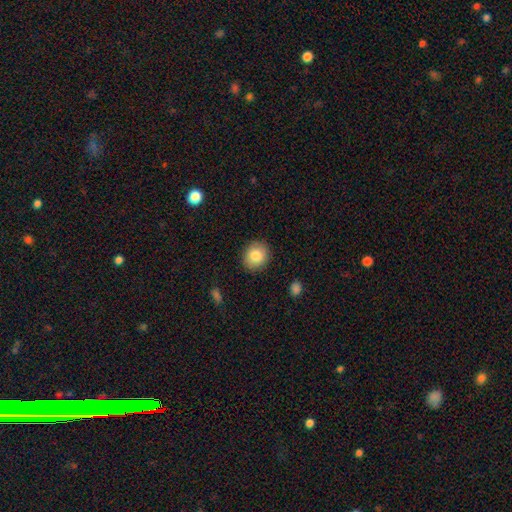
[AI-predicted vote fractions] Smooth or featured: smooth — 83% (featured or disk — 9%)
How rounded: round — 69% (in between — 30%)
Merging: none — 89% (minor disturbance — 8%)